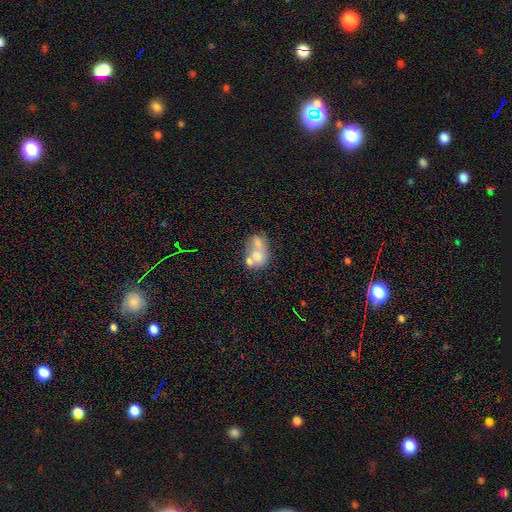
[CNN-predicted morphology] type=smooth (54%); roundness=in between (62%); merging=merger (51%).